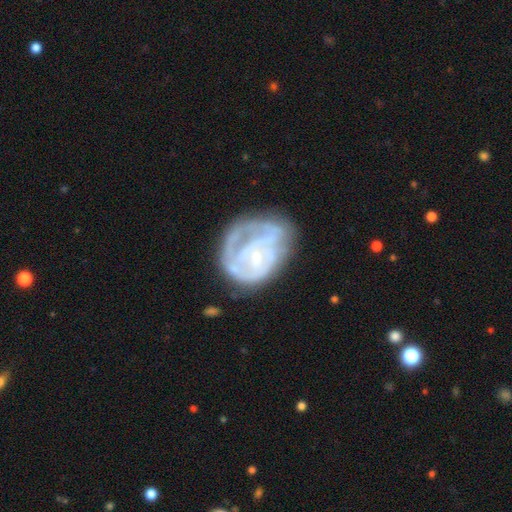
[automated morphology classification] smooth_or_featured: featured or disk (p=0.77) [alt: smooth p=0.16]
disk_edge_on: no (p=0.98) [alt: yes p=0.02]
bar: no (p=0.60) [alt: weak p=0.33]
has_spiral_arms: yes (p=0.76) [alt: no p=0.24]
spiral_winding: tight (p=0.57) [alt: medium p=0.31]
spiral_arm_count: can't tell (p=0.42) [alt: 2 p=0.24]
bulge_size: small (p=0.67) [alt: moderate p=0.20]
merging: none (p=0.44) [alt: major disturbance p=0.27]